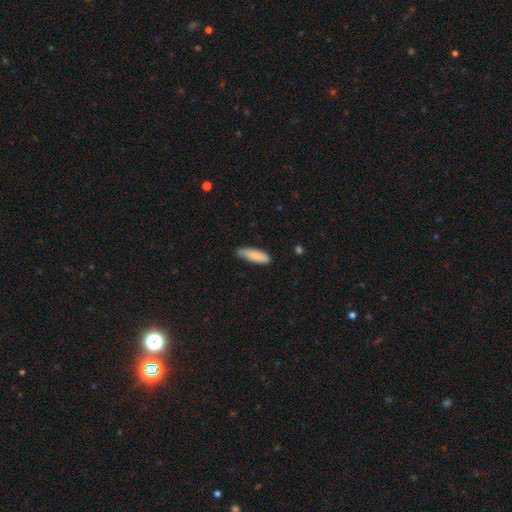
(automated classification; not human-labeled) The model was most divided on "how rounded": in between: 54%, cigar-shaped: 45%, round: 2%. More confident: smooth or featured — smooth (86%); merging — none (72%).